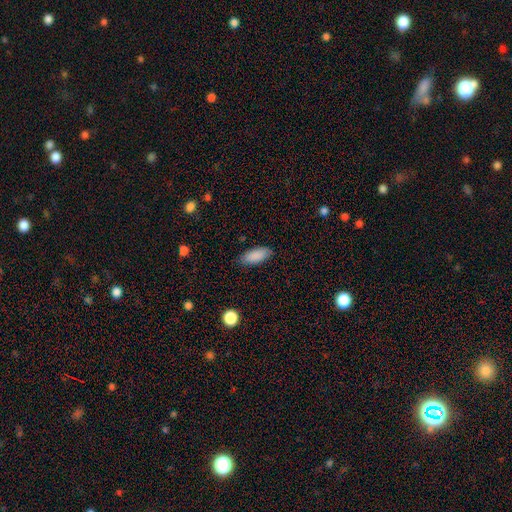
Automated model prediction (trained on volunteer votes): The model was most divided on "how rounded": in between: 81%, cigar-shaped: 17%, round: 2%. More confident: smooth or featured — smooth (88%); merging — none (83%).